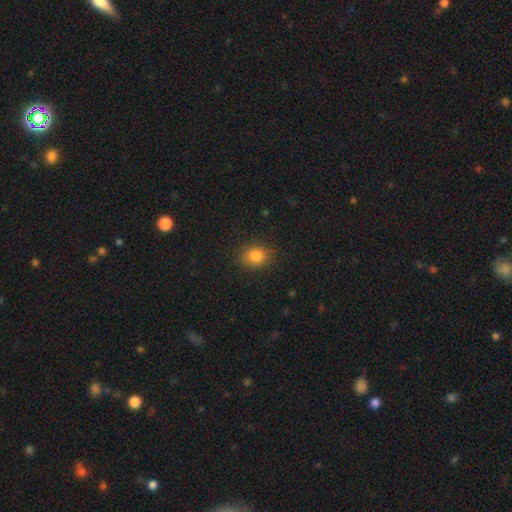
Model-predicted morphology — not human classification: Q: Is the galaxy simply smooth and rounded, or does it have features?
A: smooth — 83%.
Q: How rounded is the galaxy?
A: round — 58%.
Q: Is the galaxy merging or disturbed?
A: none — 84%.